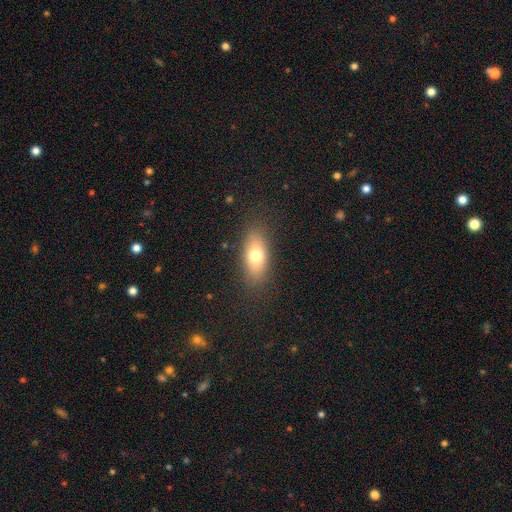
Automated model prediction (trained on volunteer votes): Morphology: type=smooth (72%); roundness=in between (79%); merging=none (83%).